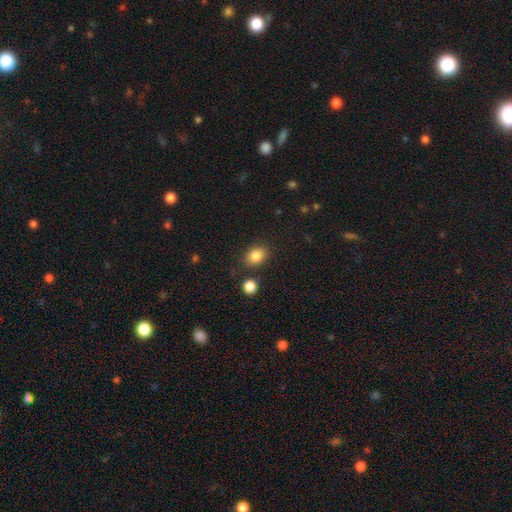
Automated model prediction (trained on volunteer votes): This is clearly a smooth galaxy (85%). How rounded: likely in between (66%). Merging: clearly none (82%).